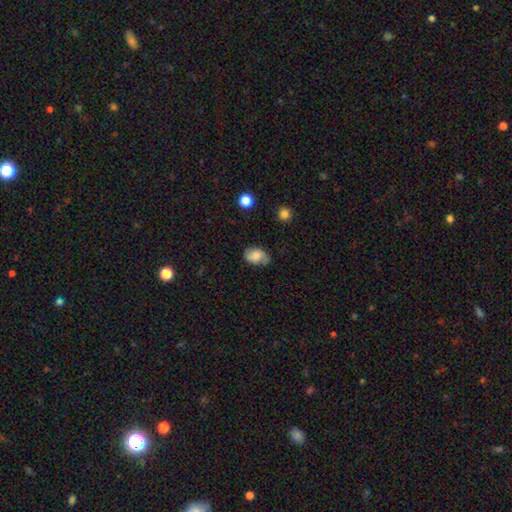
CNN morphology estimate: This appears to be a smooth galaxy with no disk features (62%) that is in between round and cigar-shaped (80%). Merging: none (65%).